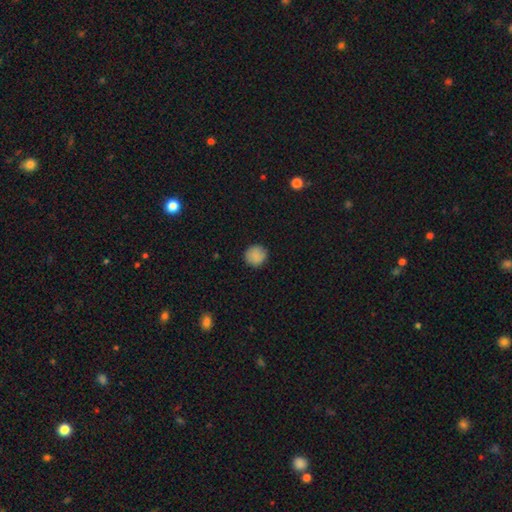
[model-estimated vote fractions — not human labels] Q: Smooth or featured?
A: smooth (88%); runner-up: star or artifact (9%)
Q: How rounded?
A: round (92%); runner-up: in between (7%)
Q: Merging?
A: none (90%); runner-up: minor disturbance (7%)